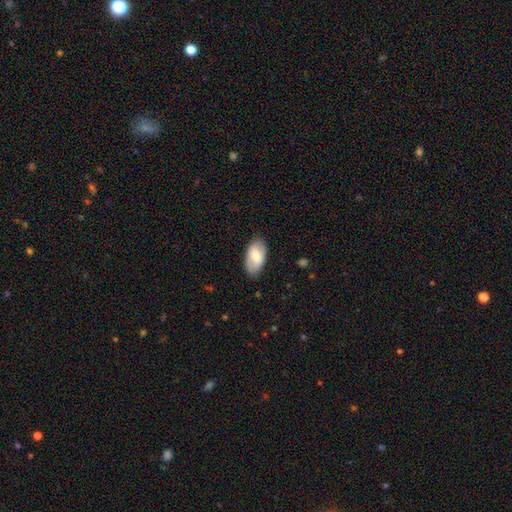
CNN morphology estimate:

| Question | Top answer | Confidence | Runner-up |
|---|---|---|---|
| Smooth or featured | smooth | 55% | featured or disk (39%) |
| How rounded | in between | 94% | round (3%) |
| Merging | none | 82% | minor disturbance (14%) |